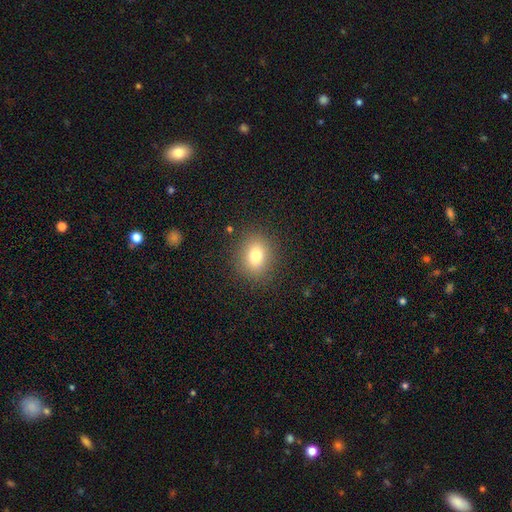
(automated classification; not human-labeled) smooth-or-featured: smooth: 79% | star or artifact: 11% | featured or disk: 10%
  how-rounded: round: 51% | in between: 48% | cigar-shaped: 1%
  merging: none: 86% | minor disturbance: 9% | major disturbance: 3% | merger: 1%